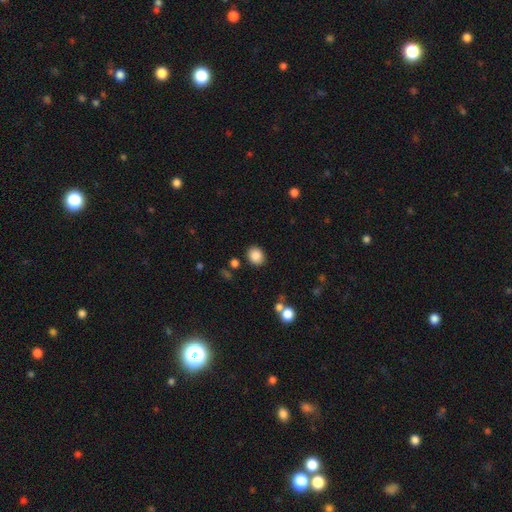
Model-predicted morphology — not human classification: This is clearly a smooth galaxy (87%). How rounded: likely round (62%). Merging: clearly none (86%).